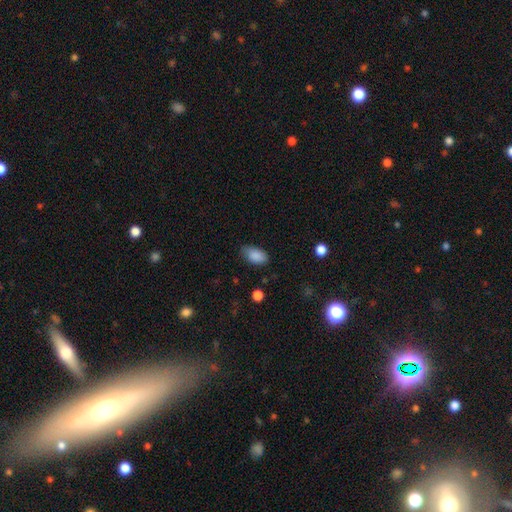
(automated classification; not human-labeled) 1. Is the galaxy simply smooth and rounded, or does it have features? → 87% smooth, 8% star or artifact, 5% featured or disk.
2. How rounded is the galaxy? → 92% in between, 6% round, 2% cigar-shaped.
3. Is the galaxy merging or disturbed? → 68% none, 26% minor disturbance, 5% major disturbance, 1% merger.